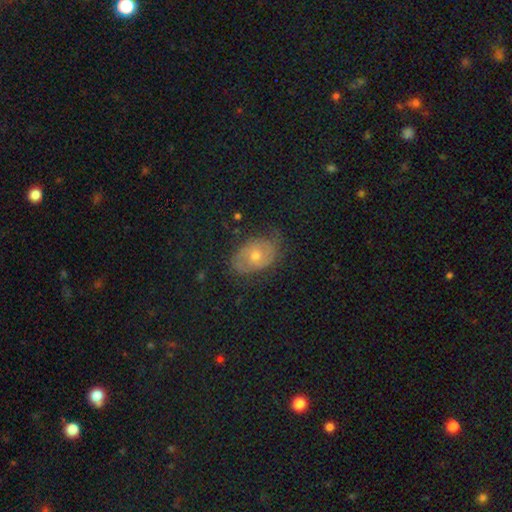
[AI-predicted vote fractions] This appears to be a featured or disk galaxy (56%) with no bar (80%), spiral arms (72%) and a moderate central bulge (52%). Merging: none (67%).